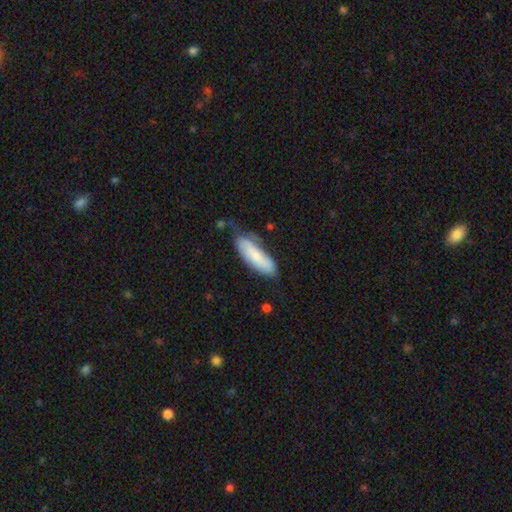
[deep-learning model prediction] This appears to be a smooth galaxy with no disk features (71%) that is in between round and cigar-shaped (54%). Merging: none (60%).